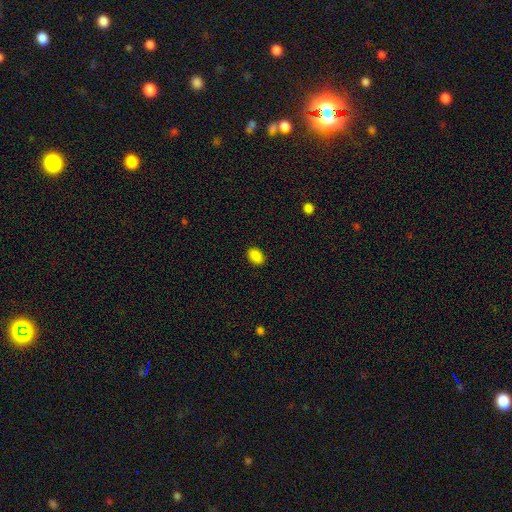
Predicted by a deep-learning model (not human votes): smooth_or_featured: smooth (p=0.88) [alt: star or artifact p=0.09]
how_rounded: in between (p=0.83) [alt: round p=0.16]
merging: none (p=0.88) [alt: minor disturbance p=0.08]